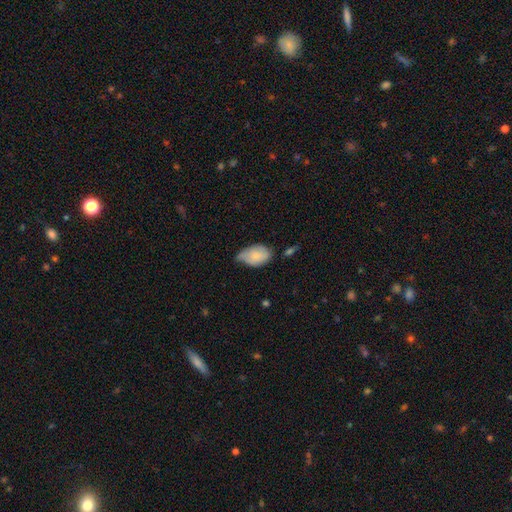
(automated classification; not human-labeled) This appears to be a smooth galaxy with no disk features (77%) that is in between round and cigar-shaped (88%). Merging: minor disturbance (51%).